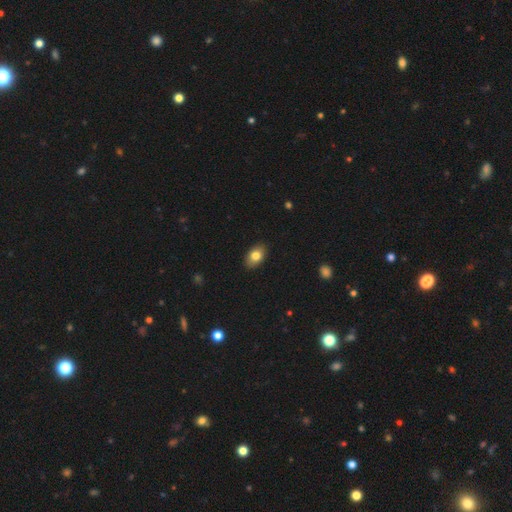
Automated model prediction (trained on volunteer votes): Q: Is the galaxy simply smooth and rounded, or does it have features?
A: smooth — 80%.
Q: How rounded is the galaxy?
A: in between — 87%.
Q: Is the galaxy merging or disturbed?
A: none — 88%.